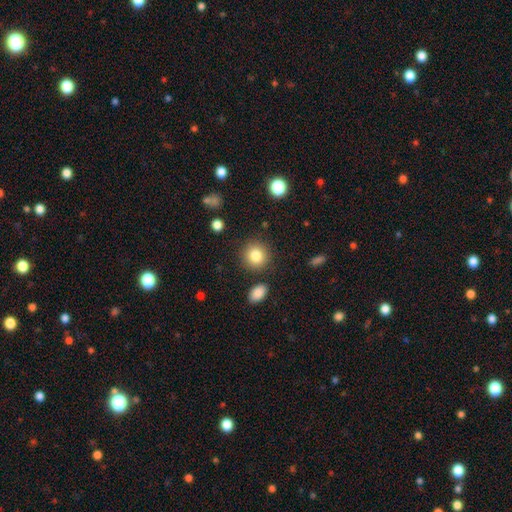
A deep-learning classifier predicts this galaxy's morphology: smooth_or_featured: smooth (p=0.83) [alt: star or artifact p=0.10]
how_rounded: round (p=0.89) [alt: in between p=0.10]
merging: none (p=0.86) [alt: minor disturbance p=0.07]